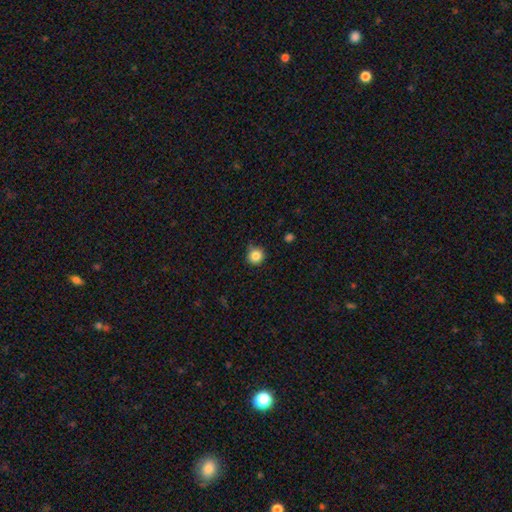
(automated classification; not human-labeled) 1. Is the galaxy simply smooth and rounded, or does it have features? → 84% smooth, 11% star or artifact, 5% featured or disk.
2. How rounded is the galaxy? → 93% round, 6% in between, 1% cigar-shaped.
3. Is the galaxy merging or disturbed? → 79% none, 17% minor disturbance, 3% major disturbance, 2% merger.